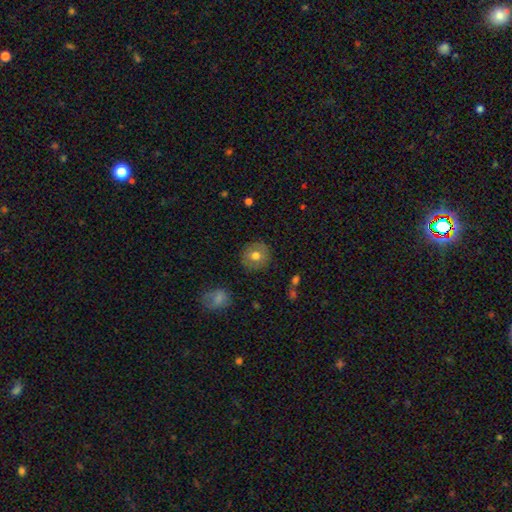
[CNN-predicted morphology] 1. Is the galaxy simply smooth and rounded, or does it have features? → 72% smooth, 20% featured or disk, 8% star or artifact.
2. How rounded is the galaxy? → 91% round, 8% in between, 1% cigar-shaped.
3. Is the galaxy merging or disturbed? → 87% none, 9% minor disturbance, 2% major disturbance, 1% merger.